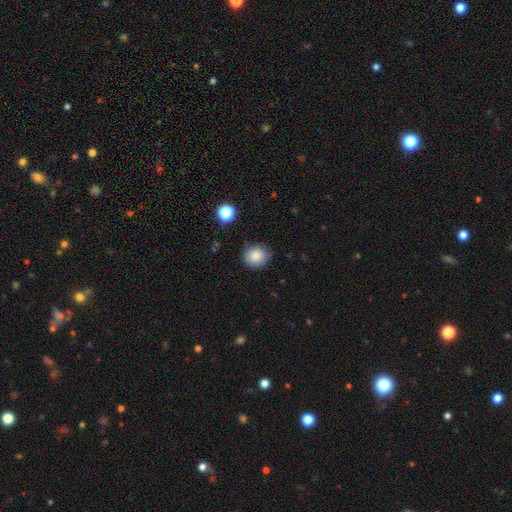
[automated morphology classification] This appears to be a smooth galaxy with no disk features (85%) that is round (82%). Merging: none (79%).